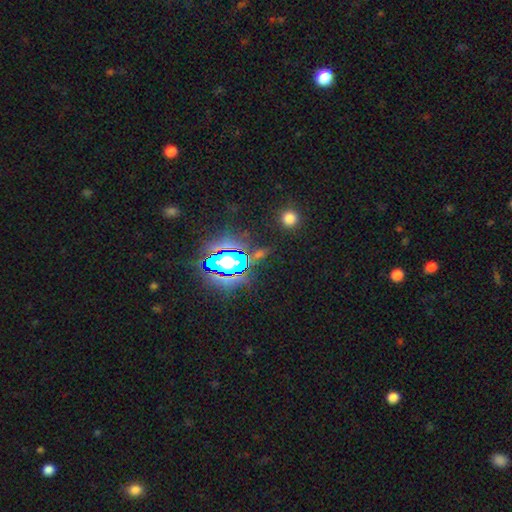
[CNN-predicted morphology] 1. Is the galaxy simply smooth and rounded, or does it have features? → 70% star or artifact, 20% smooth, 10% featured or disk.